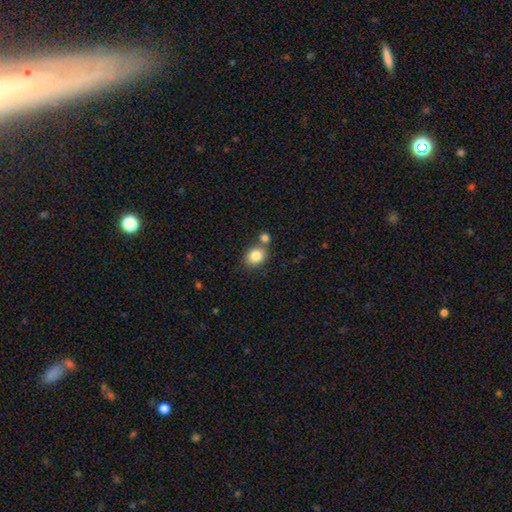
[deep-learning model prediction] Smooth or featured? Predicted: smooth (p=0.84). How rounded? Predicted: round (p=0.63). Merging? Predicted: none (p=0.61).